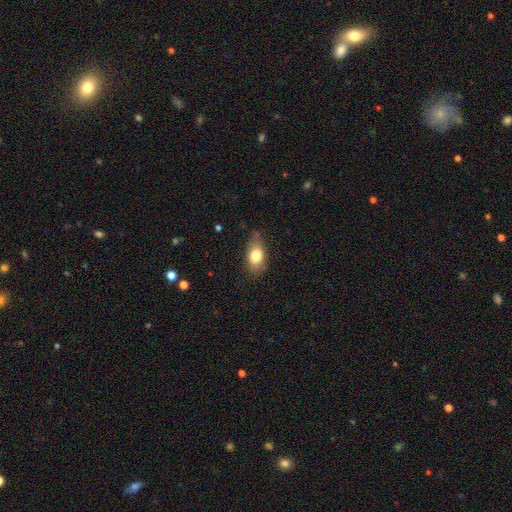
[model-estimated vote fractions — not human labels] smooth_or_featured: smooth (p=0.78) [alt: featured or disk p=0.14]
how_rounded: in between (p=0.85) [alt: round p=0.11]
merging: none (p=0.68) [alt: minor disturbance p=0.25]